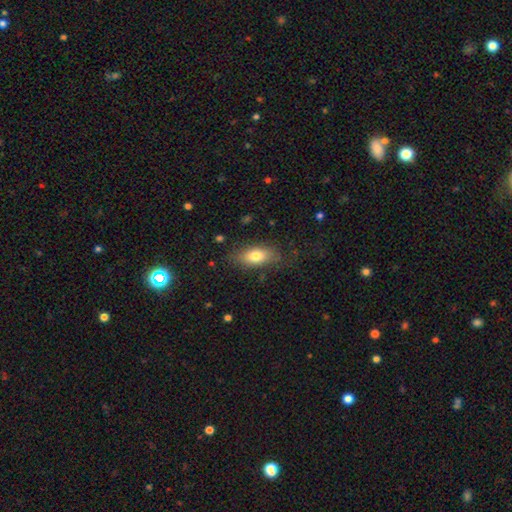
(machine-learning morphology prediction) A smooth galaxy with no disk features (76%) that is in between round and cigar-shaped (84%).

Vote fractions:
- Smooth or featured? smooth: 76% / featured or disk: 17% / star or artifact: 8%
- How rounded? in between: 84% / cigar-shaped: 11% / round: 5%
- Merging? none: 75% / minor disturbance: 17% / major disturbance: 6% / merger: 1%